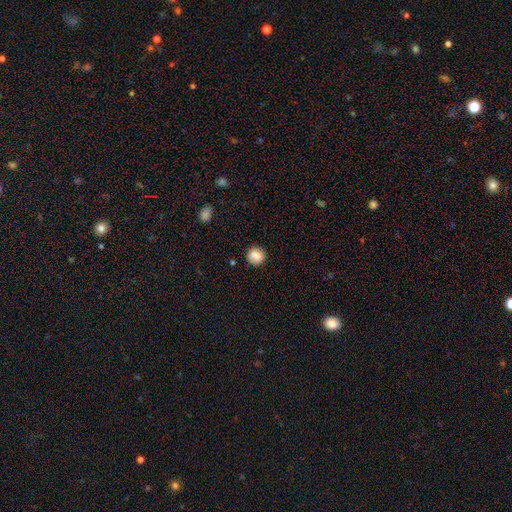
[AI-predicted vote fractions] A smooth galaxy with no disk features (84%) that is round (87%). Merging: none (85%).